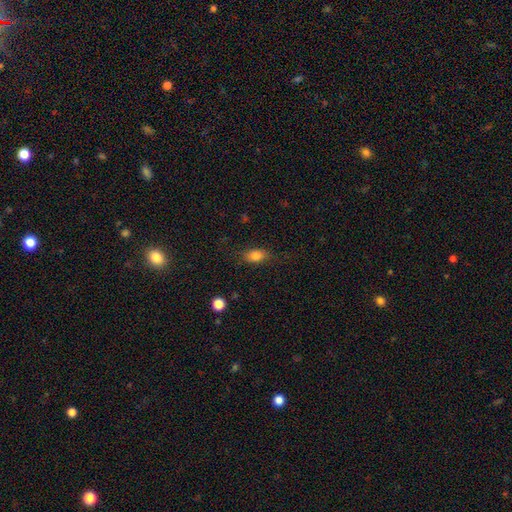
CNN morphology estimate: smooth 81%, star or artifact 10%, featured or disk 9%. Down the decision tree: how rounded — in between (81%); merging — none (79%).